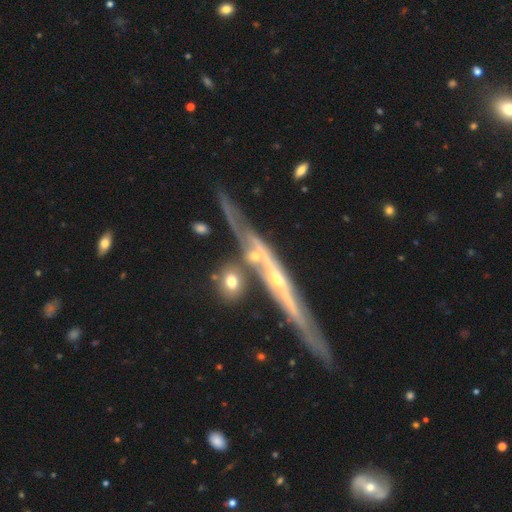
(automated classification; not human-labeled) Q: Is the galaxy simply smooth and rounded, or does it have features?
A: featured or disk — 72%.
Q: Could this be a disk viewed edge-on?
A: yes — 75%.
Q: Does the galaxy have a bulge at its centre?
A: rounded — 69%.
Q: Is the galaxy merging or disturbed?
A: none — 47%.